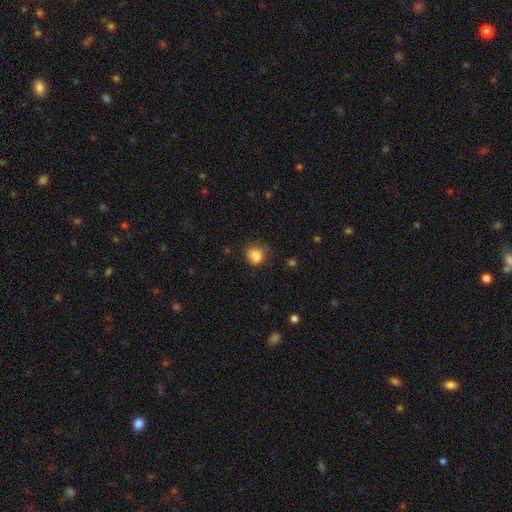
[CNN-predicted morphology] Smooth or featured? Predicted: smooth (p=0.86). How rounded? Predicted: round (p=0.74). Merging? Predicted: none (p=0.66).